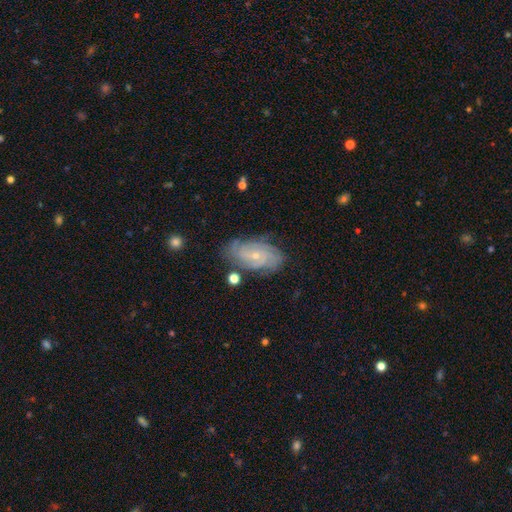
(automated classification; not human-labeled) The model was most divided on "spiral arm count": can't tell: 30%, 3: 21%, 4: 20%, 2: 18%, more than 4: 6%, 1: 5%. More confident: edge-on disk — no (96%); spiral arms — yes (95%); smooth or featured — featured or disk (81%); bulge size — small (75%); merging — none (75%); bar — no (66%); spiral winding — tight (62%).